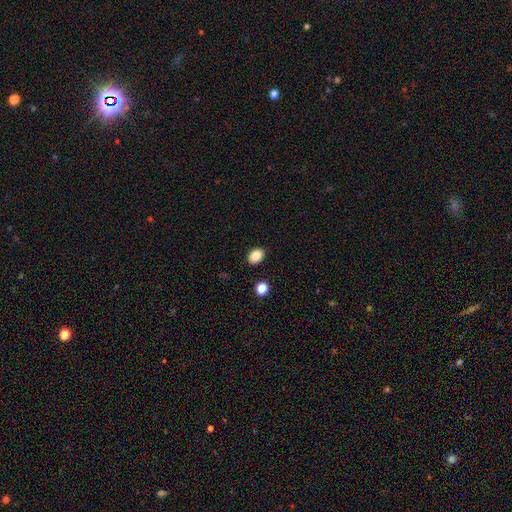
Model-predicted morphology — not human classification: Smooth or featured? Predicted: smooth (p=0.86). How rounded? Predicted: in between (p=0.73). Merging? Predicted: none (p=0.89).